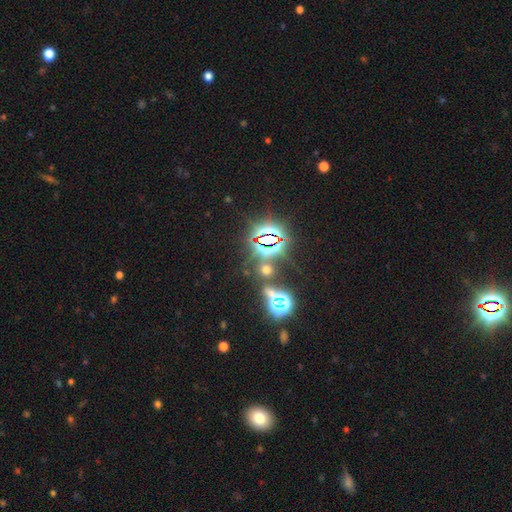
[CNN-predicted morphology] type=star or artifact (83%).